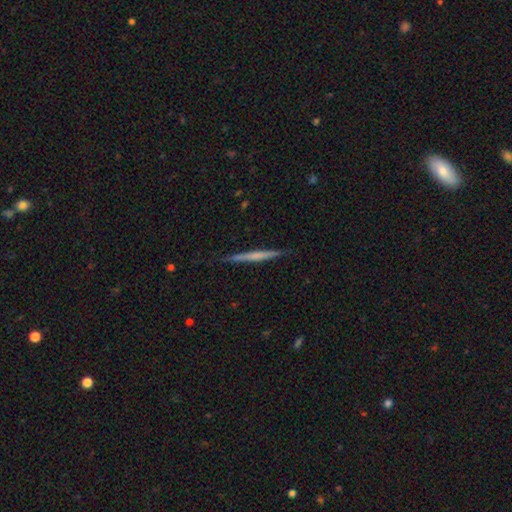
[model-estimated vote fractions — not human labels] Q: Smooth or featured?
A: featured or disk (55%); runner-up: smooth (39%)
Q: Edge-on disk?
A: yes (98%); runner-up: no (2%)
Q: Edge-on bulge?
A: none (74%); runner-up: rounded (16%)
Q: Merging?
A: none (89%); runner-up: minor disturbance (8%)